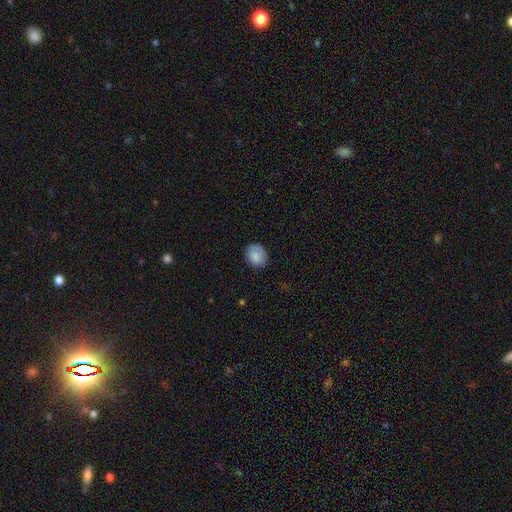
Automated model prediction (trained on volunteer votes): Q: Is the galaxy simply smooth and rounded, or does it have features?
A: smooth — 86%.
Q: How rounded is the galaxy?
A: round — 66%.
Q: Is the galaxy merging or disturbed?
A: none — 82%.